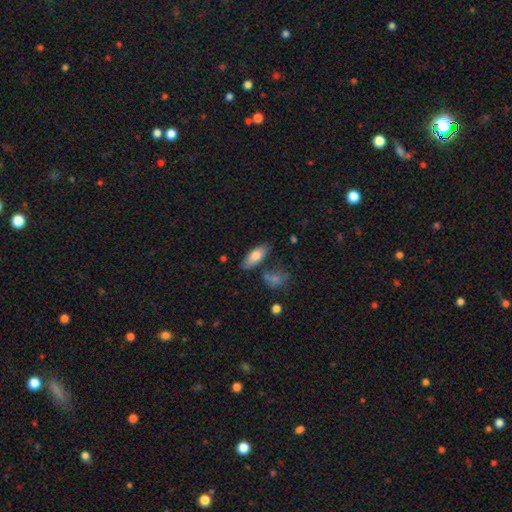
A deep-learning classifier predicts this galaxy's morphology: Smooth or featured? Predicted: smooth (p=0.76). How rounded? Predicted: in between (p=0.77). Merging? Predicted: none (p=0.76).